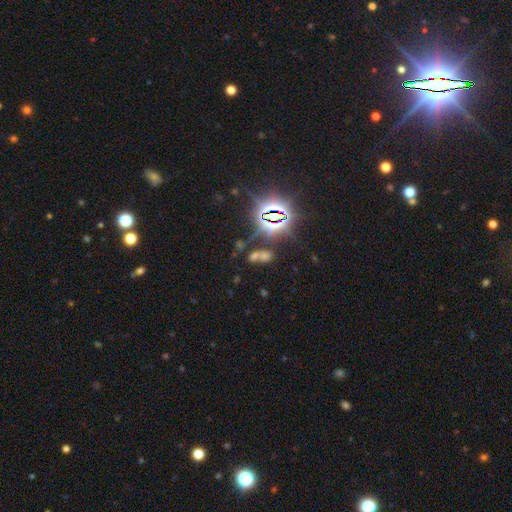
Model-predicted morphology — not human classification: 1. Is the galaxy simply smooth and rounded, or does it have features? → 54% star or artifact, 35% smooth, 12% featured or disk.